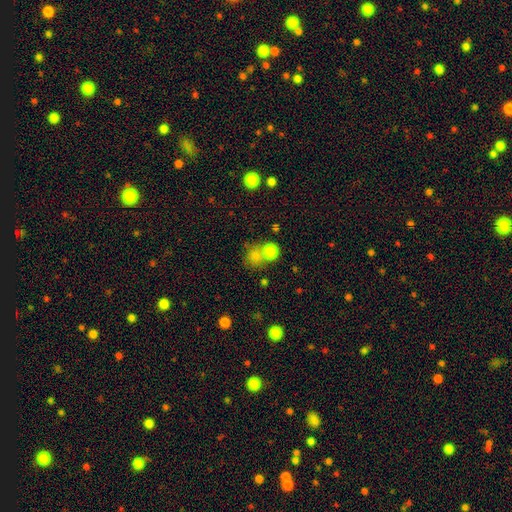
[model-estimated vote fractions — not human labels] Smooth or featured: smooth — 77% (star or artifact — 15%)
How rounded: round — 81% (in between — 18%)
Merging: none — 53% (merger — 30%)